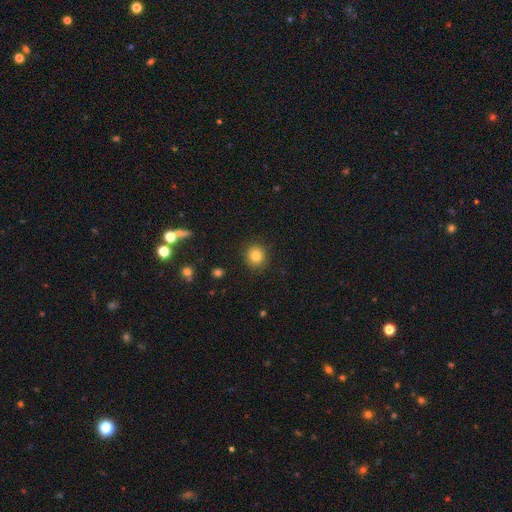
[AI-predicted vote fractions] smooth 82%, star or artifact 11%, featured or disk 7%. Down the decision tree: how rounded — round (89%); merging — none (90%).